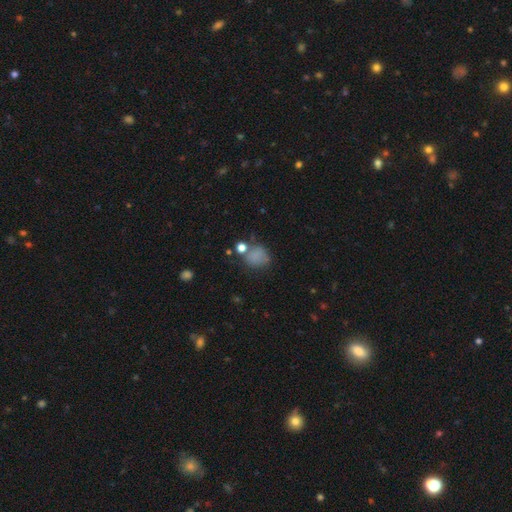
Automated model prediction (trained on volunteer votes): smooth-or-featured: smooth: 76% | star or artifact: 15% | featured or disk: 9%
  how-rounded: round: 72% | in between: 27% | cigar-shaped: 1%
  merging: none: 56% | minor disturbance: 20% | merger: 13% | major disturbance: 11%